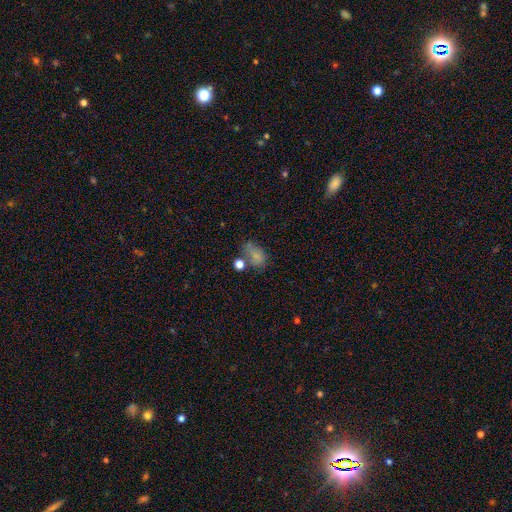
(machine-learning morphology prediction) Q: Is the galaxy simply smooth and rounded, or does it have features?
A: smooth — 68%.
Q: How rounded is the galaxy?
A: in between — 77%.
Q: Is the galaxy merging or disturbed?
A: none — 40%.